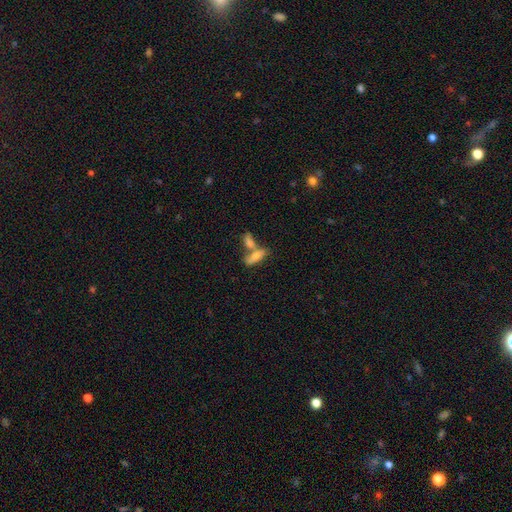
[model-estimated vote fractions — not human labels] The model was most divided on "merging": merger: 53%, none: 33%, minor disturbance: 9%, major disturbance: 5%. More confident: smooth or featured — smooth (70%); how rounded — in between (60%).